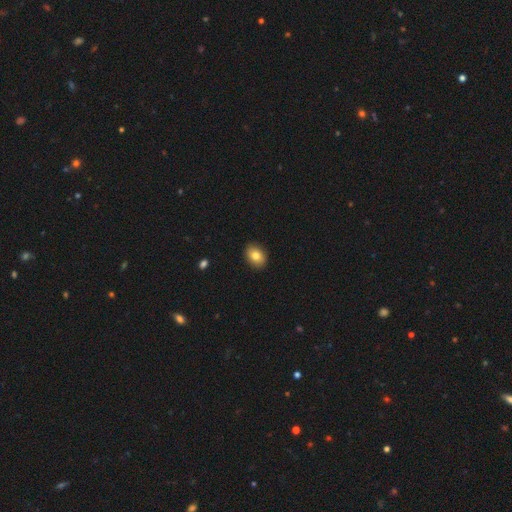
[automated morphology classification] A smooth galaxy with no disk features (80%) that is in between round and cigar-shaped (65%).

Vote fractions:
- Smooth or featured? smooth: 80% / featured or disk: 11% / star or artifact: 9%
- How rounded? in between: 65% / round: 34% / cigar-shaped: 1%
- Merging? none: 90% / minor disturbance: 7% / major disturbance: 2% / merger: 1%